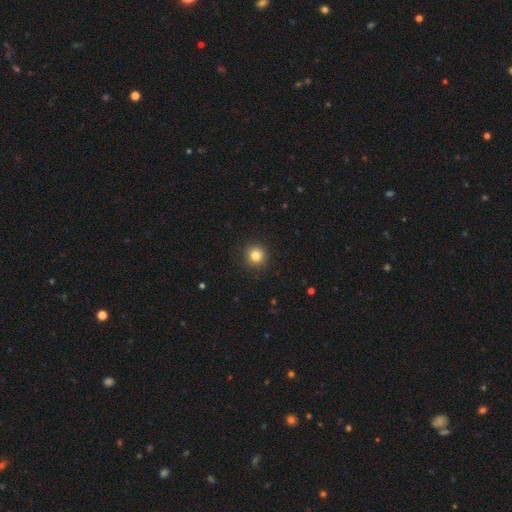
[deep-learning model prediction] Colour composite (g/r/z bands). It shows a smooth galaxy with no disk features (83%) that is round (94%). Merging: none (92%).